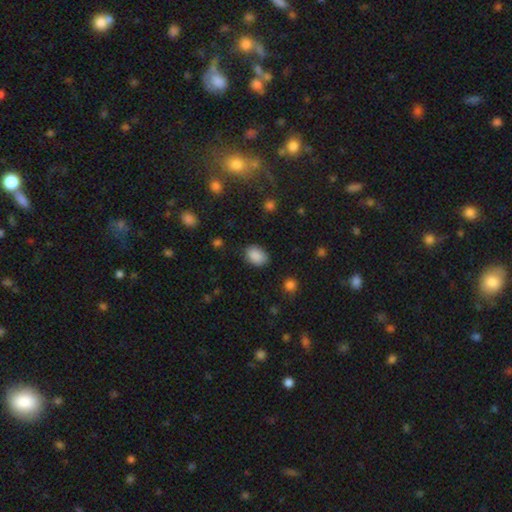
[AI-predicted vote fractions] Morphology: type=smooth (88%); roundness=in between (79%); merging=none (83%).